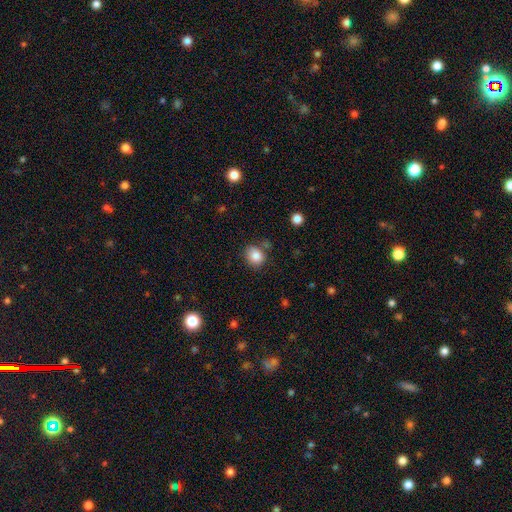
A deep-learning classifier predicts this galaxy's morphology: smooth 85%, star or artifact 10%, featured or disk 6%. Down the decision tree: how rounded — round (69%); merging — none (74%).